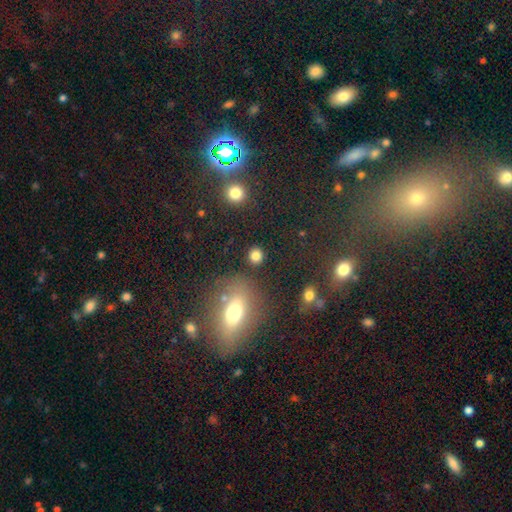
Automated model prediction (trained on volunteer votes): This is clearly a smooth galaxy (82%). How rounded: clearly round (85%). Merging: clearly none (86%).